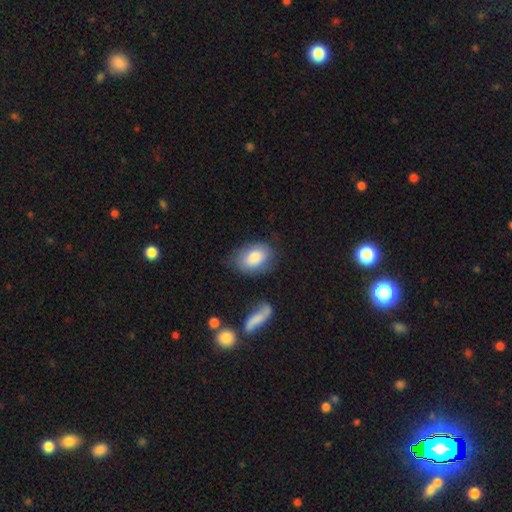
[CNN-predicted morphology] smooth_or_featured: smooth (p=0.80) [alt: featured or disk p=0.13]
how_rounded: in between (p=0.82) [alt: round p=0.16]
merging: none (p=0.69) [alt: minor disturbance p=0.20]